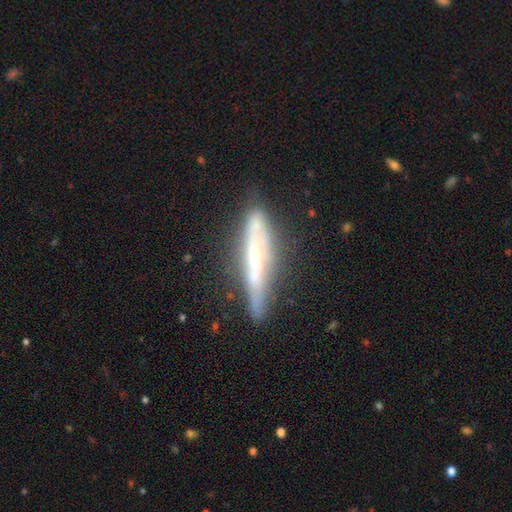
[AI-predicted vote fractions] A featured or disk galaxy (64%) viewed edge-on (82%) with no central bulge (57%).

Vote fractions:
- Smooth or featured? featured or disk: 64% / smooth: 28% / star or artifact: 8%
- Edge-on disk? yes: 82% / no: 18%
- Edge-on bulge? none: 57% / rounded: 24% / boxy: 19%
- Merging? none: 68% / minor disturbance: 22% / major disturbance: 7% / merger: 4%